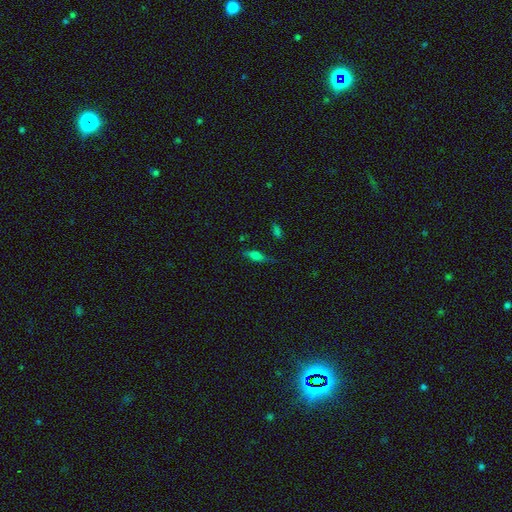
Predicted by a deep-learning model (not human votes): smooth_or_featured: smooth (p=0.54) [alt: featured or disk p=0.34]
how_rounded: cigar-shaped (p=0.50) [alt: in between p=0.46]
merging: none (p=0.74) [alt: minor disturbance p=0.19]